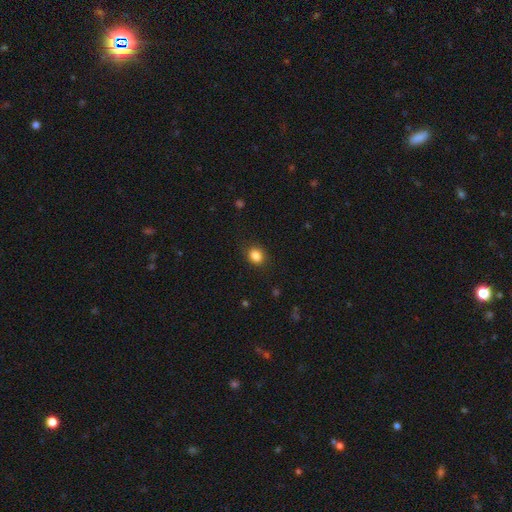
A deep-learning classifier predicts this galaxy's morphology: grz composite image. It shows a smooth galaxy with no disk features (86%) that is round (52%). Merging: none (85%).